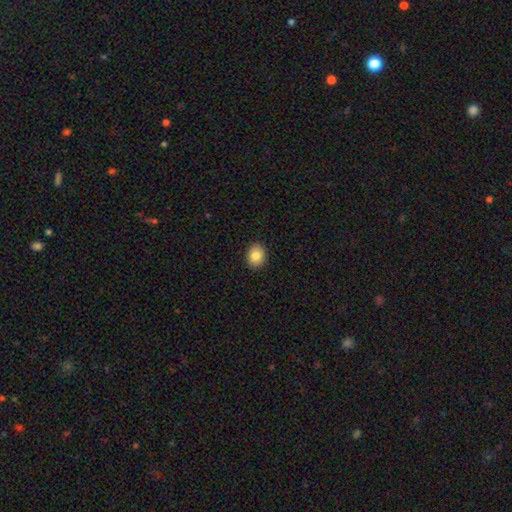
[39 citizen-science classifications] smooth 74%, featured or disk 15%, star or artifact 10%. Down the decision tree: how rounded — round (86%); merging — none (94%).